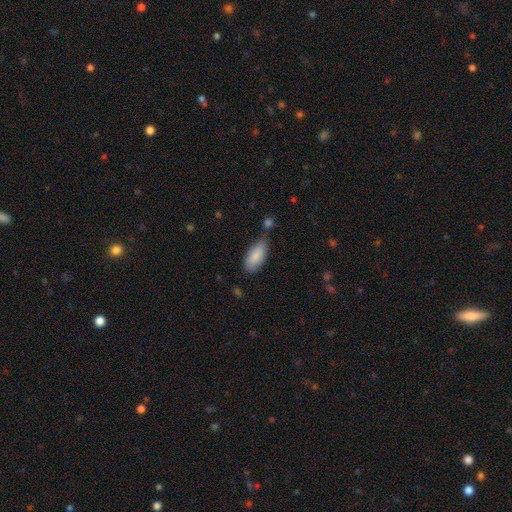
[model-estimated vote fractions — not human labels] Smooth or featured? smooth (87%)
How rounded? in between (85%)
Merging? none (63%)